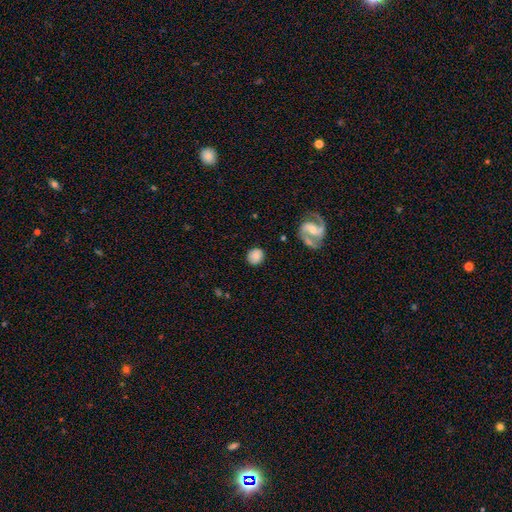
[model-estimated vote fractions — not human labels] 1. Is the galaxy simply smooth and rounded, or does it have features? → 74% smooth, 18% featured or disk, 8% star or artifact.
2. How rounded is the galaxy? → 79% round, 20% in between, 1% cigar-shaped.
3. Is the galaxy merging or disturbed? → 83% none, 11% minor disturbance, 4% major disturbance, 2% merger.